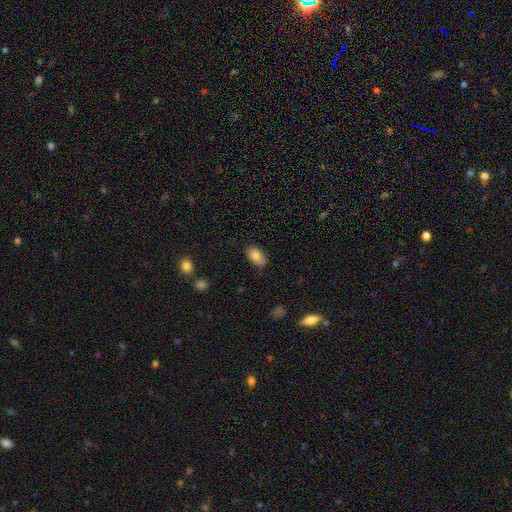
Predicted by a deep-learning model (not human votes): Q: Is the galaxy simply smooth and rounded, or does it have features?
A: smooth — 80%.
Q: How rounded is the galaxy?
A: in between — 92%.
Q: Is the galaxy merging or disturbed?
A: none — 83%.